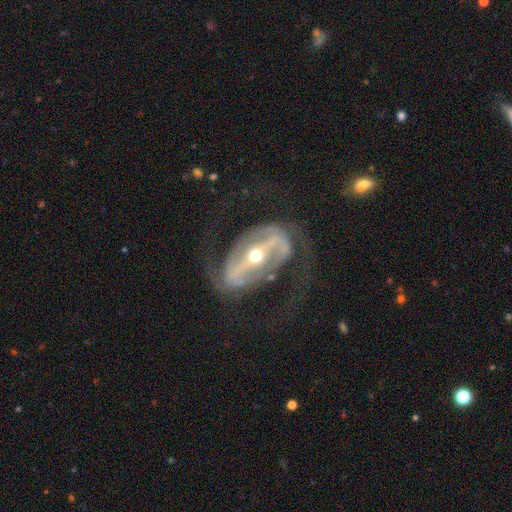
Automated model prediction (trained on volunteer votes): The model was most divided on "spiral winding": medium: 46%, loose: 32%, tight: 23%. More confident: edge-on disk — no (92%); smooth or featured — featured or disk (89%); spiral arm count — 2 (88%); spiral arms — yes (79%); bar — strong (77%); bulge size — moderate (65%); merging — none (64%).